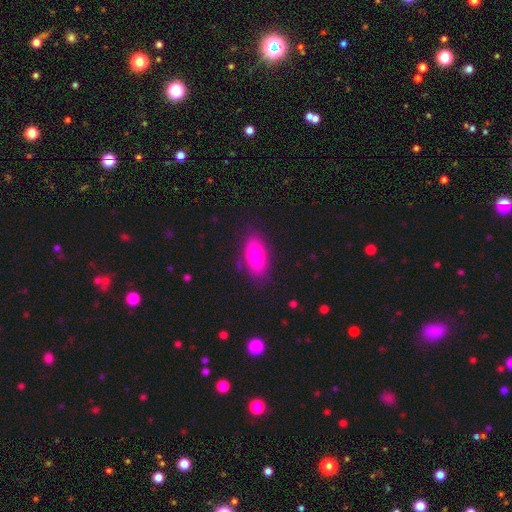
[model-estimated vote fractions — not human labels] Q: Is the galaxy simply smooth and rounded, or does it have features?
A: smooth — 76%.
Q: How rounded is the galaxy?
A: in between — 90%.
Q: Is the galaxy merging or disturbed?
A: none — 78%.